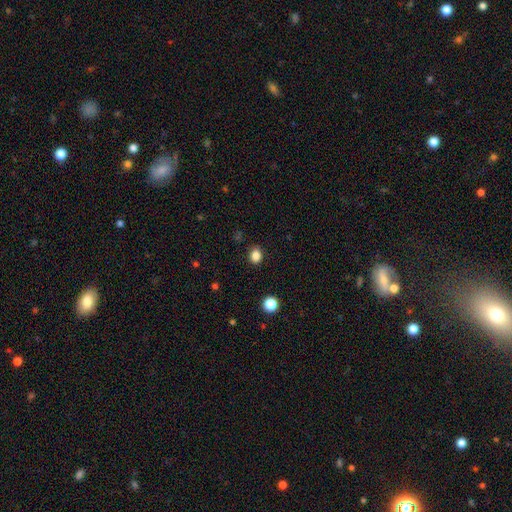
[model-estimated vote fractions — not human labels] Morphology: type=smooth (84%); roundness=round (57%); merging=none (88%).